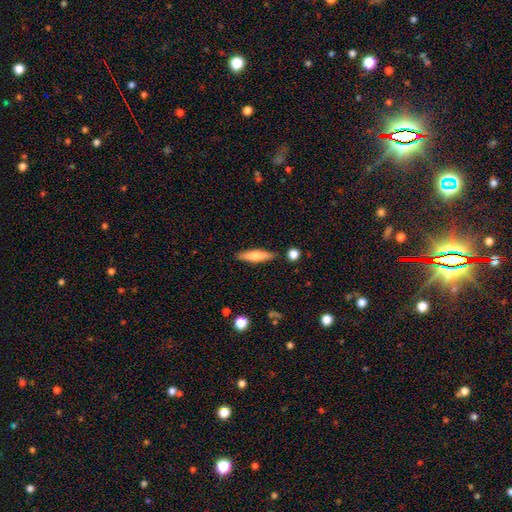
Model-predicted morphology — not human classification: This appears to be a smooth galaxy with no disk features (61%) that is cigar-shaped (72%). Merging: none (85%).